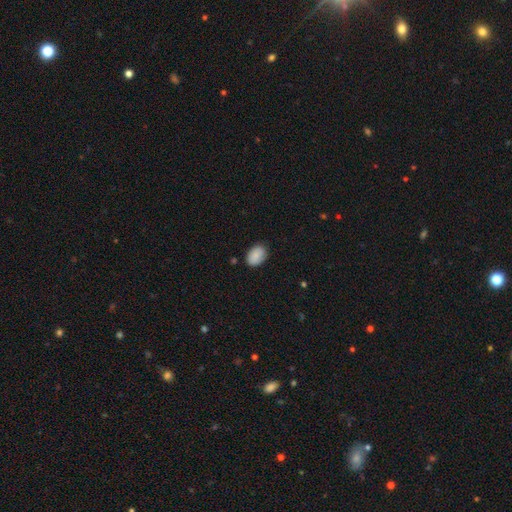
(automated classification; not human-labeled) This is clearly a smooth galaxy (88%). How rounded: clearly in between (86%). Merging: clearly none (82%).